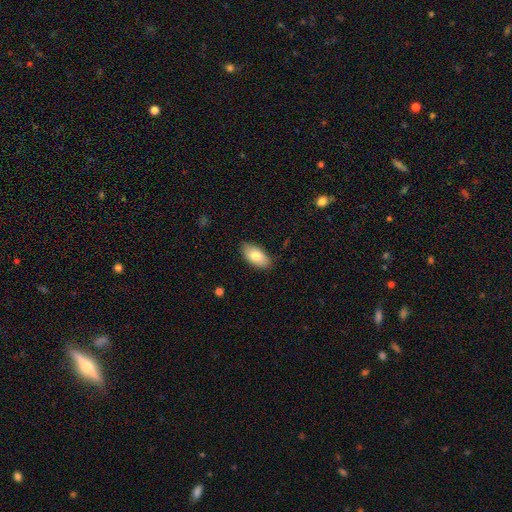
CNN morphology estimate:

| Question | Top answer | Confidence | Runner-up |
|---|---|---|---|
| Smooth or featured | smooth | 79% | featured or disk (14%) |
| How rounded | in between | 94% | cigar-shaped (3%) |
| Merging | none | 86% | minor disturbance (11%) |